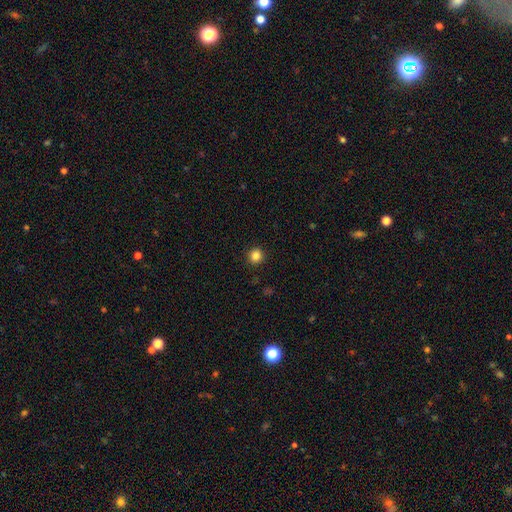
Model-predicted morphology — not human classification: Overall: smooth (84%). How rounded: round (92%). Merging: none (92%).